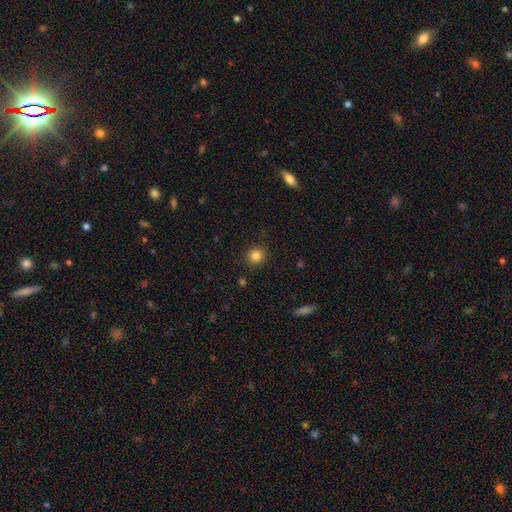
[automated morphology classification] smooth 84%, star or artifact 11%, featured or disk 5%. Down the decision tree: how rounded — round (89%); merging — none (90%).